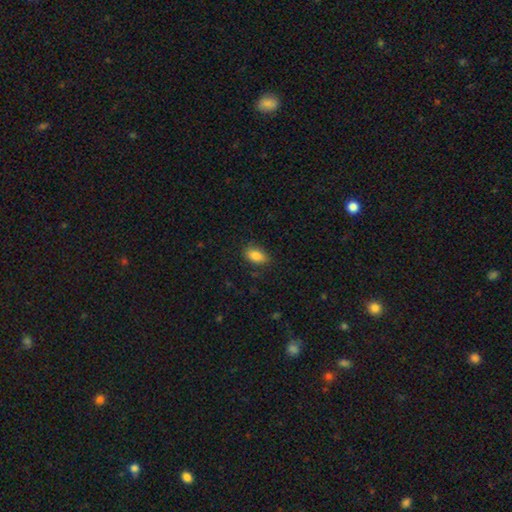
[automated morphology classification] Overall: smooth (85%). How rounded: in between (89%). Merging: none (82%).